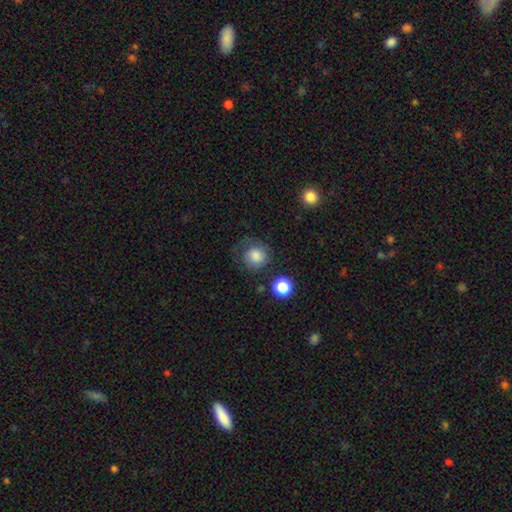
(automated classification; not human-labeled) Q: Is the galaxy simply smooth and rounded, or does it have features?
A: smooth — 77%.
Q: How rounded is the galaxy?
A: round — 85%.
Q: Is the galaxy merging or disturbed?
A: none — 56%.